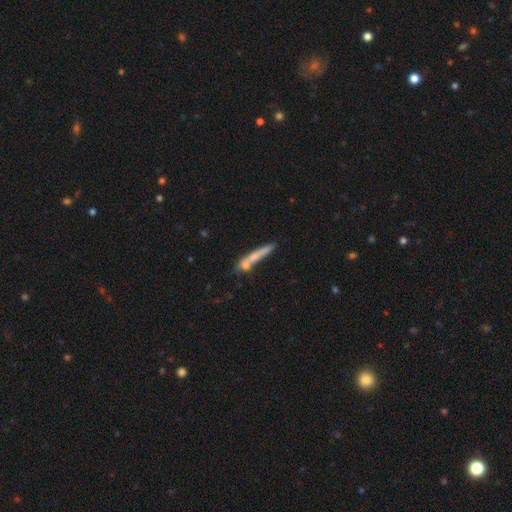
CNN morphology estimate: Q: Smooth or featured?
A: smooth (61%); runner-up: featured or disk (31%)
Q: How rounded?
A: cigar-shaped (92%); runner-up: in between (6%)
Q: Merging?
A: none (58%); runner-up: merger (20%)